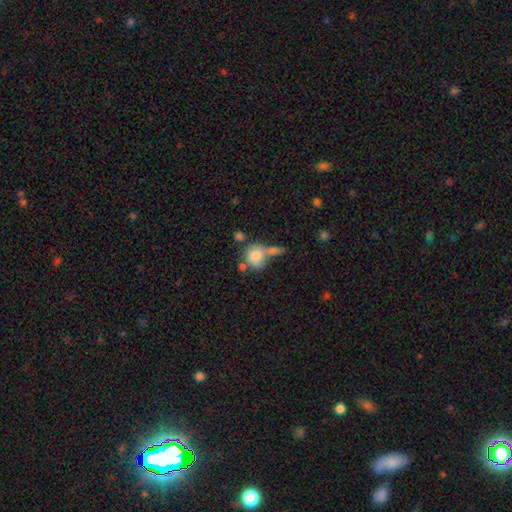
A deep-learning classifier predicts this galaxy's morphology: type=smooth (80%); roundness=round (74%); merging=none (40%).